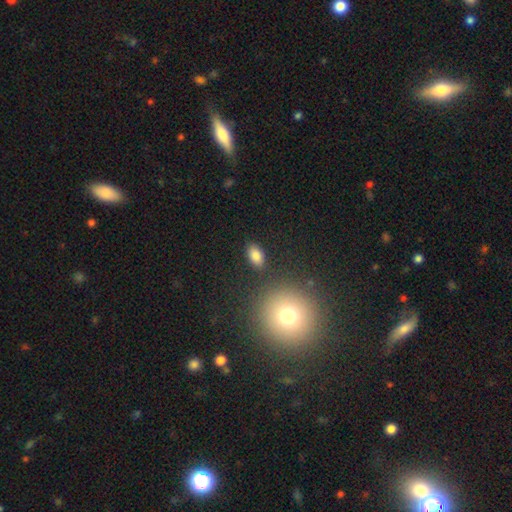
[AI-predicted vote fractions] Smooth or featured? smooth (84%)
How rounded? in between (90%)
Merging? none (85%)